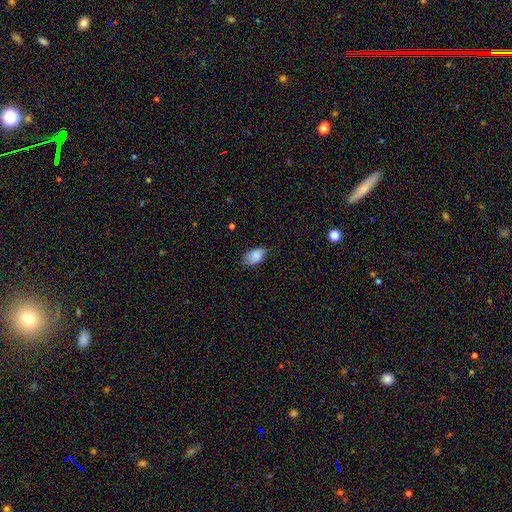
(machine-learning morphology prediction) Smooth or featured?
  - smooth: 81% *
  - featured or disk: 11%
  - star or artifact: 8%
How rounded?
  - in between: 91% *
  - round: 8%
  - cigar-shaped: 1%
Merging?
  - none: 66% *
  - minor disturbance: 27%
  - major disturbance: 5%
  - merger: 1%